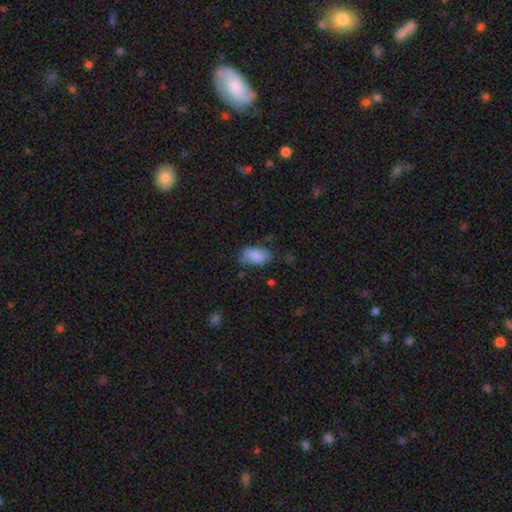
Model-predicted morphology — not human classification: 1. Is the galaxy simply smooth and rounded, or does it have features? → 86% smooth, 7% star or artifact, 7% featured or disk.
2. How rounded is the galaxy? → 92% in between, 6% round, 2% cigar-shaped.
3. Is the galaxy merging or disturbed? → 65% none, 26% minor disturbance, 7% major disturbance, 3% merger.